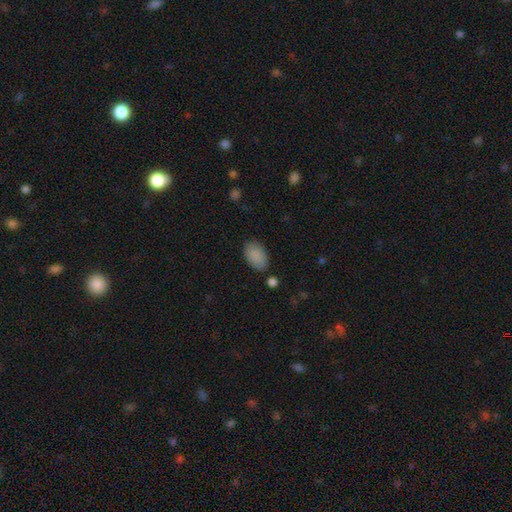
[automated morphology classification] This is clearly a smooth galaxy (89%). How rounded: clearly in between (93%). Merging: clearly none (81%).